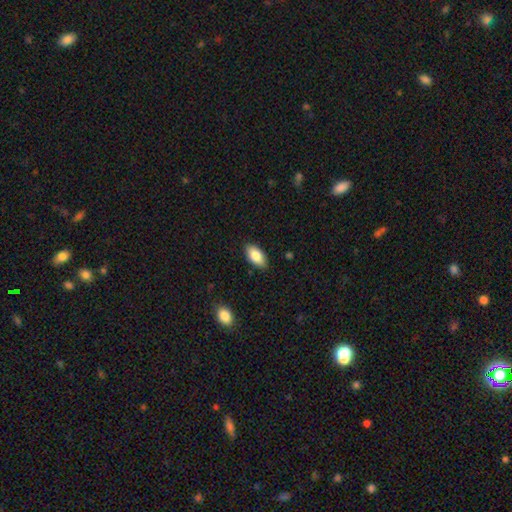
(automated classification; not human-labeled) Smooth or featured? Predicted: smooth (p=0.83). How rounded? Predicted: in between (p=0.93). Merging? Predicted: none (p=0.87).